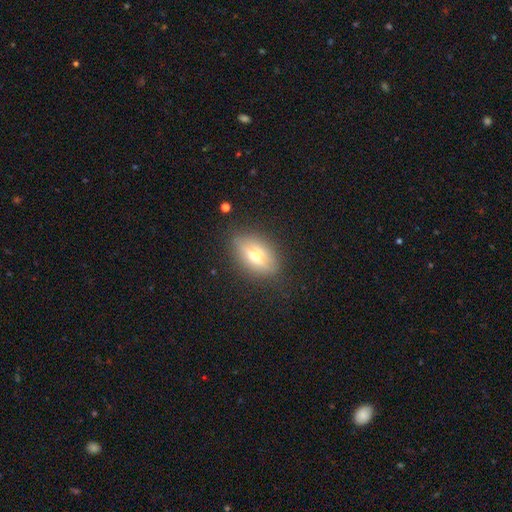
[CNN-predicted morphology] type=featured or disk (50%); merging=none (83%).